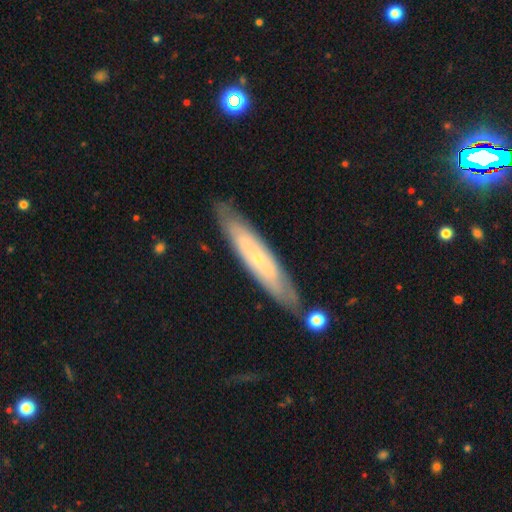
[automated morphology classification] smooth_or_featured: featured or disk (p=0.60) [alt: smooth p=0.34]
disk_edge_on: yes (p=0.57) [alt: no p=0.43]
merging: none (p=0.82) [alt: minor disturbance p=0.13]